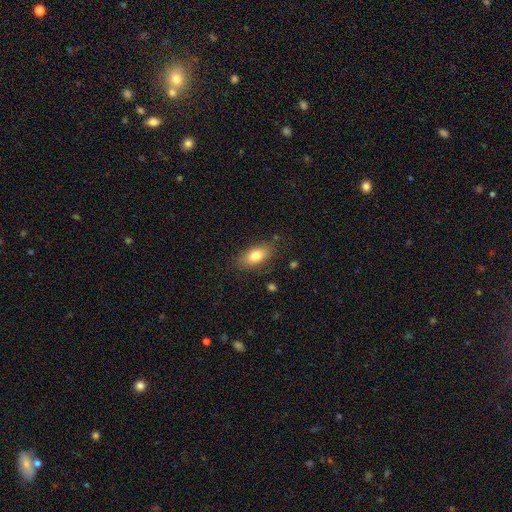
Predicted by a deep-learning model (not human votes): Smooth or featured? smooth (79%)
How rounded? in between (87%)
Merging? none (81%)